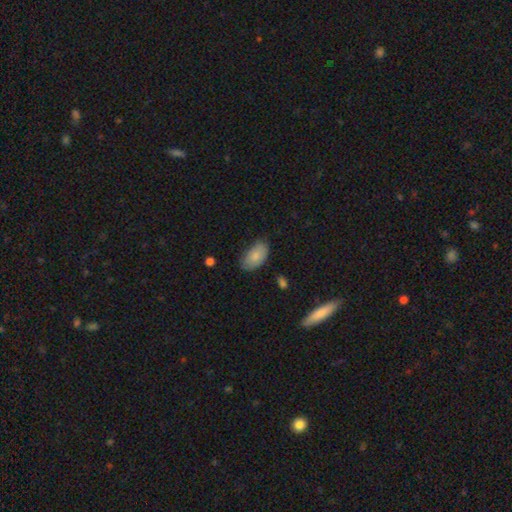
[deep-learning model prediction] smooth-or-featured: smooth: 81% | featured or disk: 12% | star or artifact: 6%
  how-rounded: in between: 94% | round: 5% | cigar-shaped: 2%
  merging: none: 69% | minor disturbance: 25% | major disturbance: 5% | merger: 2%